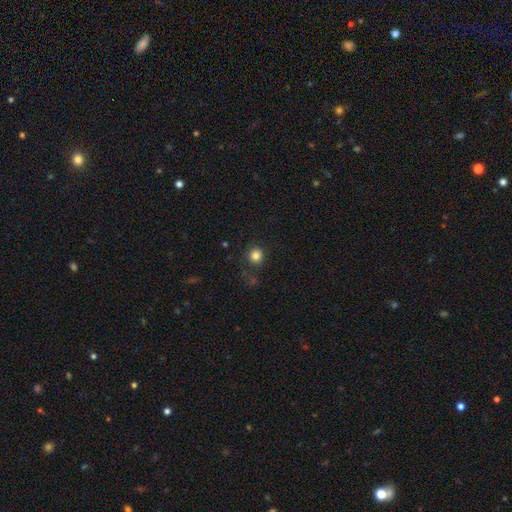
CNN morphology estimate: type=smooth (83%); roundness=round (92%); merging=none (85%).